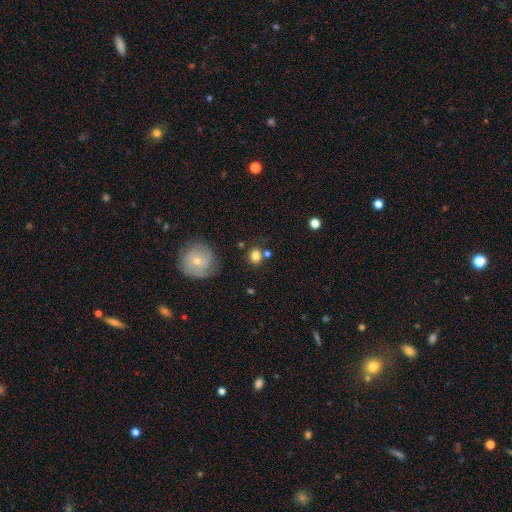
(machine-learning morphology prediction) Smooth or featured: smooth — 80% (star or artifact — 10%)
How rounded: round — 81% (in between — 18%)
Merging: none — 71% (merger — 13%)